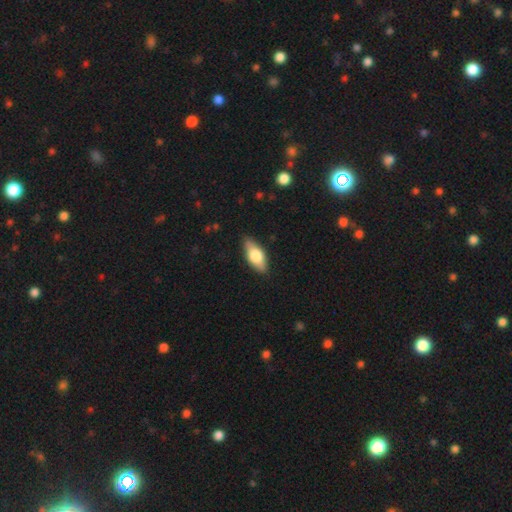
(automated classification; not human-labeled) Overall: smooth (64%; featured or disk 30%). How rounded: in between (81%). Merging: none (86%).